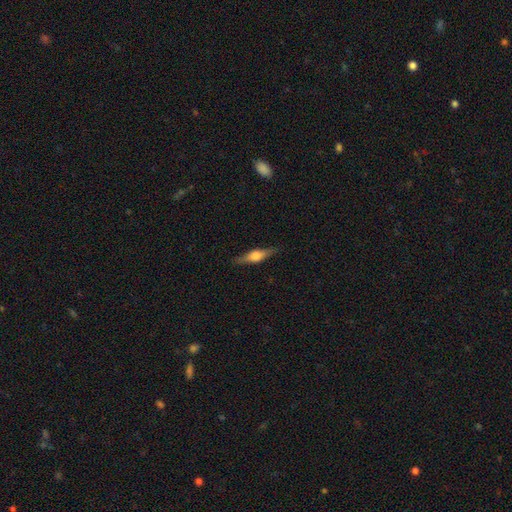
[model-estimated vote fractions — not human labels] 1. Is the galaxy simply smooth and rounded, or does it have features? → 63% featured or disk, 31% smooth, 7% star or artifact.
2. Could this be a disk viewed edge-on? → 96% yes, 4% no.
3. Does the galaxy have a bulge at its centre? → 87% rounded, 11% boxy, 2% none.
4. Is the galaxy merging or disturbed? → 87% none, 10% minor disturbance, 2% major disturbance, 1% merger.